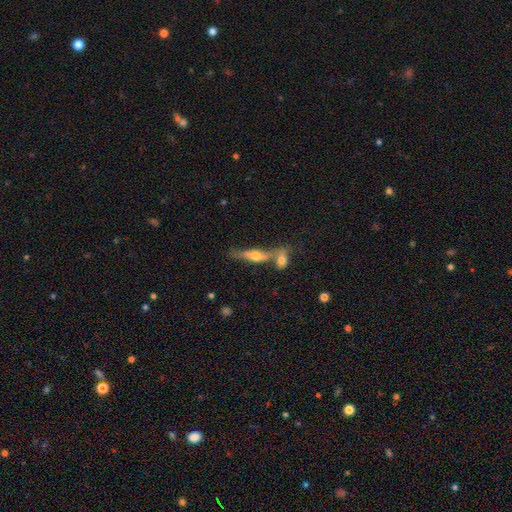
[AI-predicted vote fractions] Overall: featured or disk (53%; smooth 39%). Edge-on disk: yes (83%). Merging: merger (44%; none 40%).